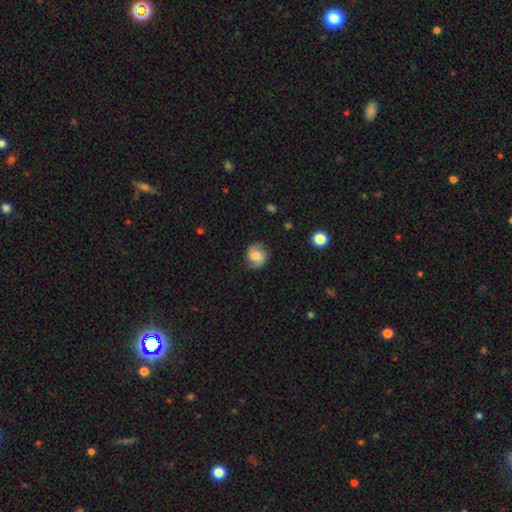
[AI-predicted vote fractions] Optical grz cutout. It shows a smooth galaxy with no disk features (46%). Merging: none (79%).